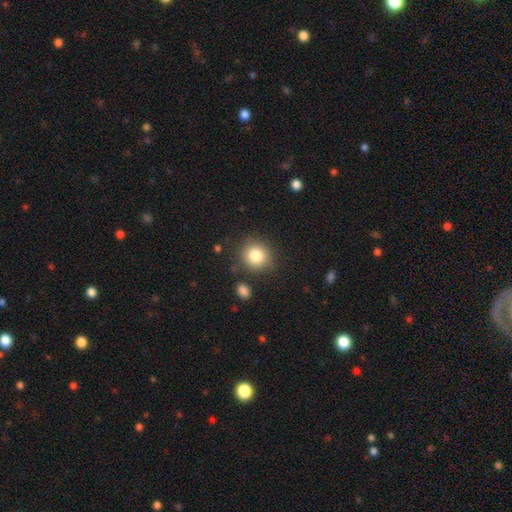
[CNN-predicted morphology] Smooth or featured? smooth (83%)
How rounded? round (85%)
Merging? none (83%)